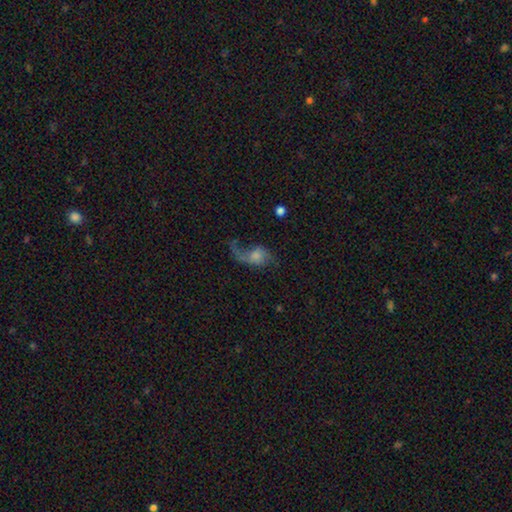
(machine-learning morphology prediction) Smooth or featured? Predicted: featured or disk (p=0.72). Edge-on disk? Predicted: no (p=0.95). Bar? Predicted: no (p=0.68). Spiral arms? Predicted: yes (p=0.91). Spiral winding? Predicted: loose (p=0.82). Spiral arm count? Predicted: 2 (p=0.65). Bulge size? Predicted: moderate (p=0.42). Merging? Predicted: none (p=0.46).